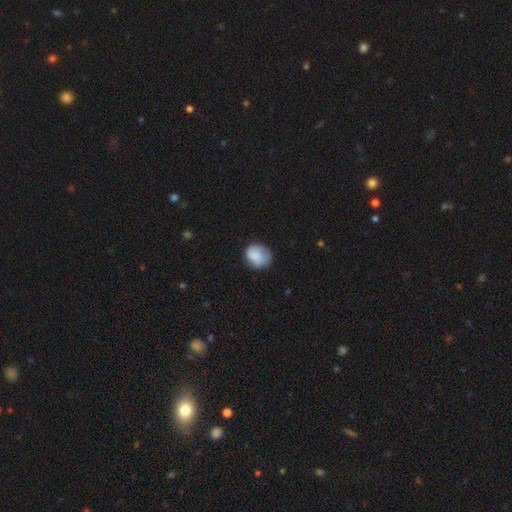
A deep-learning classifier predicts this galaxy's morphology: A smooth galaxy with no disk features (83%) that is round (60%). Merging: none (68%).